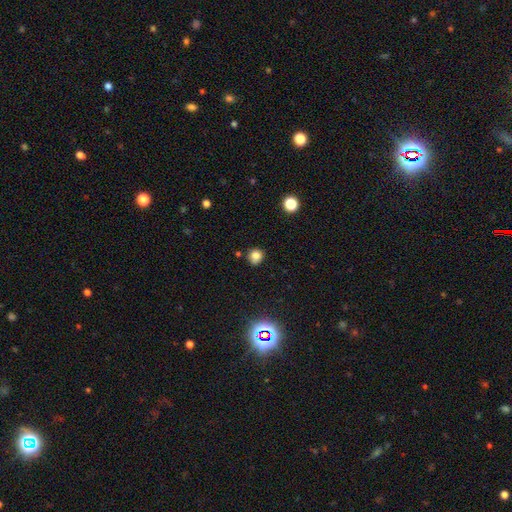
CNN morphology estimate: Smooth or featured: smooth — 79% (star or artifact — 15%)
How rounded: round — 84% (in between — 15%)
Merging: none — 80% (minor disturbance — 13%)